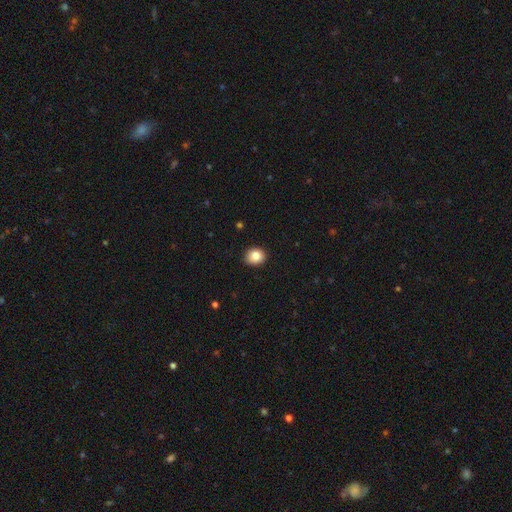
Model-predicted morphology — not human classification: smooth 84%, star or artifact 9%, featured or disk 7%. Down the decision tree: how rounded — round (63%); merging — none (88%).